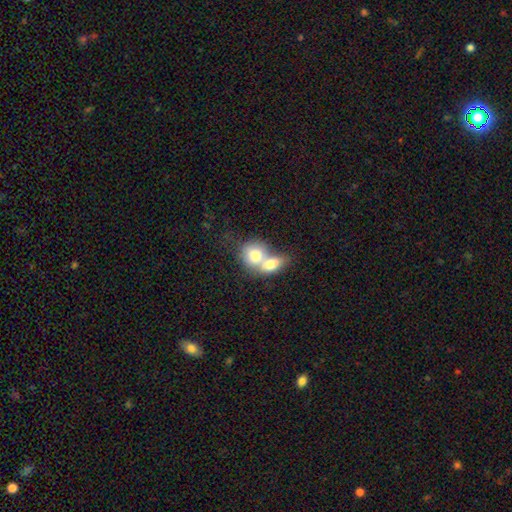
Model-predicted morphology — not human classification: Smooth or featured: smooth — 74% (featured or disk — 19%)
How rounded: in between — 54% (round — 44%)
Merging: merger — 76% (none — 16%)